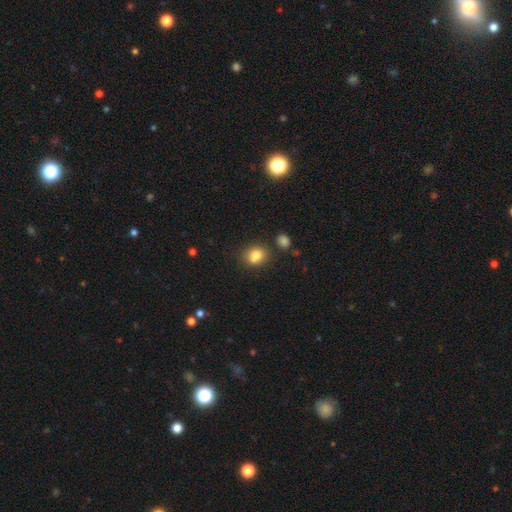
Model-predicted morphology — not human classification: A smooth galaxy with no disk features (79%) that is round (54%).

Vote fractions:
- Smooth or featured? smooth: 79% / star or artifact: 11% / featured or disk: 10%
- How rounded? round: 54% / in between: 45% / cigar-shaped: 1%
- Merging? none: 60% / merger: 20% / minor disturbance: 16% / major disturbance: 5%